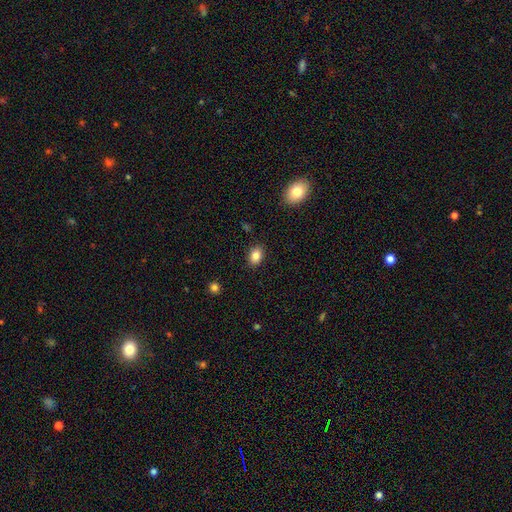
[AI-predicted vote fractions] A smooth galaxy with no disk features (85%) that is in between round and cigar-shaped (72%). Merging: none (87%).